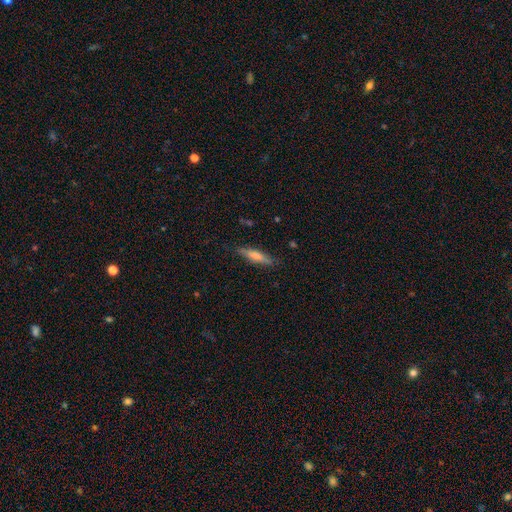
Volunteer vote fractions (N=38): A smooth galaxy with no disk features (61%) that is cigar-shaped (87%). Merging: none (86%).